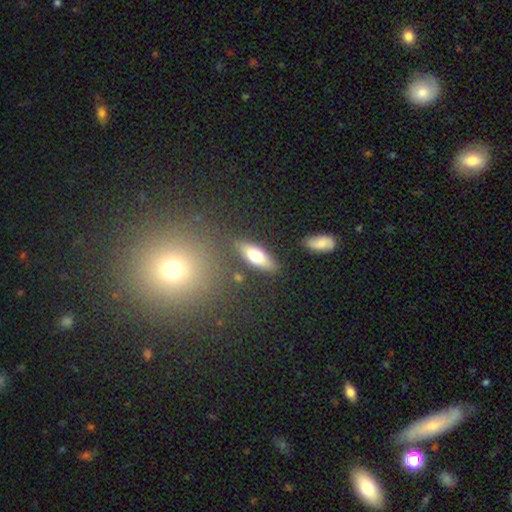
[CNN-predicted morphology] Overall: smooth (69%). How rounded: in between (67%; cigar-shaped 30%). Merging: none (83%).